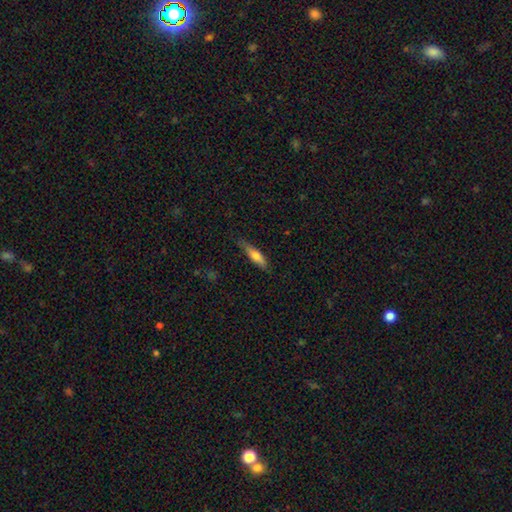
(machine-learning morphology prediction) Overall: smooth (67%; featured or disk 27%). How rounded: cigar-shaped (70%). Merging: none (77%).